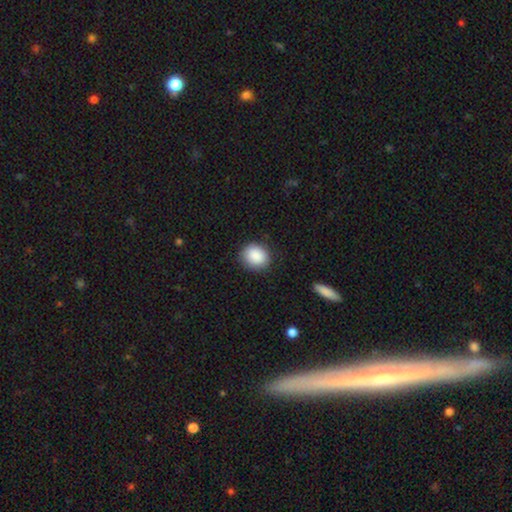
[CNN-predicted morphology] Smooth or featured?
  - smooth: 89% *
  - star or artifact: 7%
  - featured or disk: 4%
How rounded?
  - round: 71% *
  - in between: 28%
  - cigar-shaped: 1%
Merging?
  - none: 86% *
  - minor disturbance: 10%
  - major disturbance: 3%
  - merger: 1%